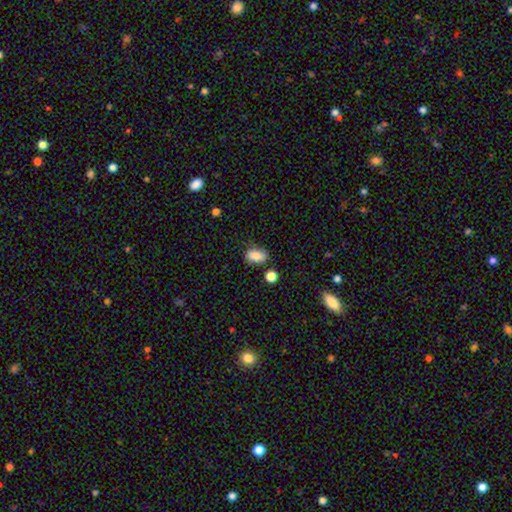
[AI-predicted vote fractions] Morphology: type=smooth (82%); roundness=in between (84%); merging=none (67%).